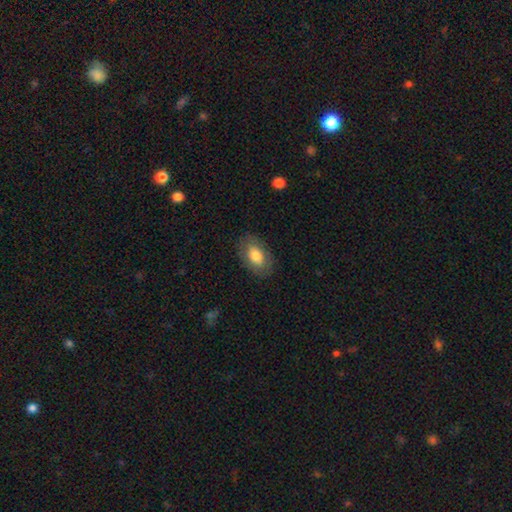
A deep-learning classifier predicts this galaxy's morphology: Smooth or featured?
  - smooth: 76% *
  - featured or disk: 17%
  - star or artifact: 7%
How rounded?
  - in between: 90% *
  - round: 9%
  - cigar-shaped: 1%
Merging?
  - none: 84% *
  - minor disturbance: 11%
  - major disturbance: 4%
  - merger: 1%